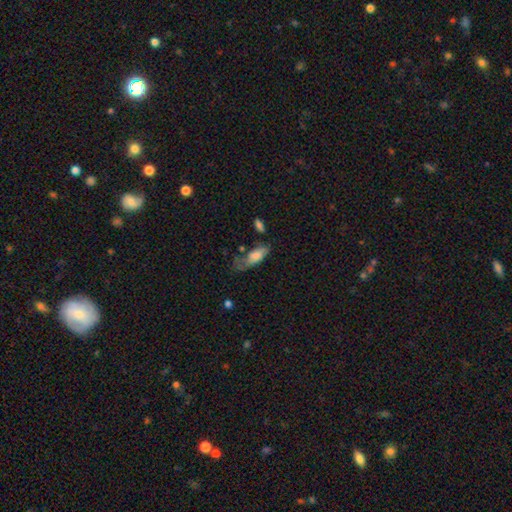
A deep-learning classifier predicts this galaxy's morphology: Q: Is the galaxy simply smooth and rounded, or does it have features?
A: smooth — 72%.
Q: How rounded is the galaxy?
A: in between — 79%.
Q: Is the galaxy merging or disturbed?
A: major disturbance — 33%.